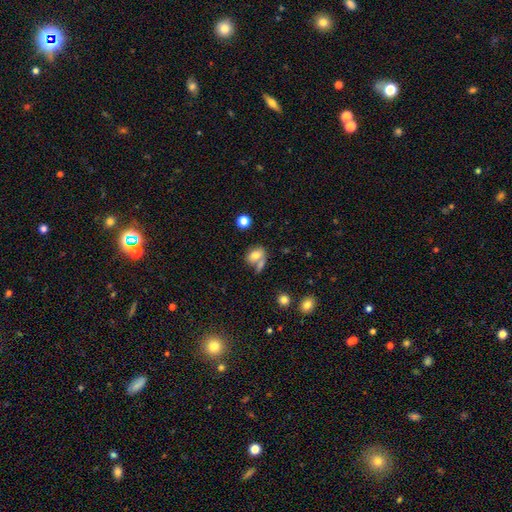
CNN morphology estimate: smooth-or-featured: smooth: 72% | featured or disk: 18% | star or artifact: 10%
  how-rounded: in between: 74% | round: 23% | cigar-shaped: 3%
  merging: none: 43% | merger: 35% | minor disturbance: 15% | major disturbance: 7%